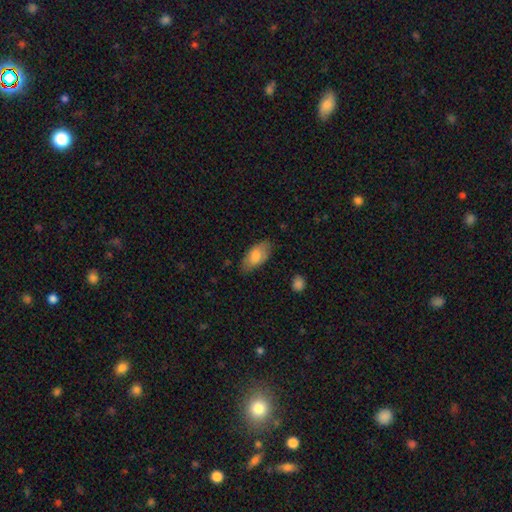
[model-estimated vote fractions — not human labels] smooth_or_featured: smooth (p=0.79) [alt: featured or disk p=0.15]
how_rounded: in between (p=0.91) [alt: cigar-shaped p=0.06]
merging: none (p=0.78) [alt: minor disturbance p=0.17]